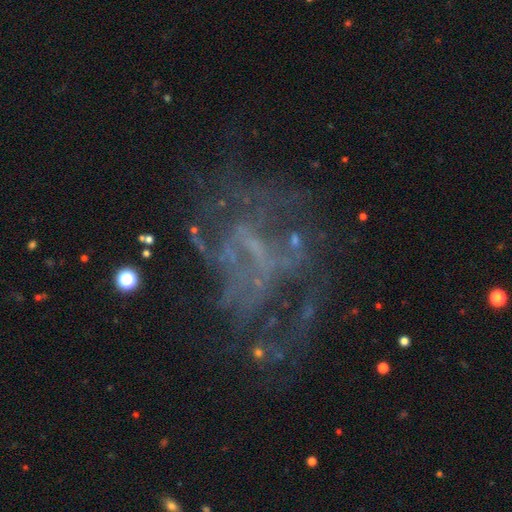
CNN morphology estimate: Smooth or featured? Predicted: featured or disk (p=0.64). Edge-on disk? Predicted: no (p=0.97). Bar? Predicted: no (p=0.67). Spiral arms? Predicted: no (p=0.61). Bulge size? Predicted: none (p=0.75). Merging? Predicted: none (p=0.42).